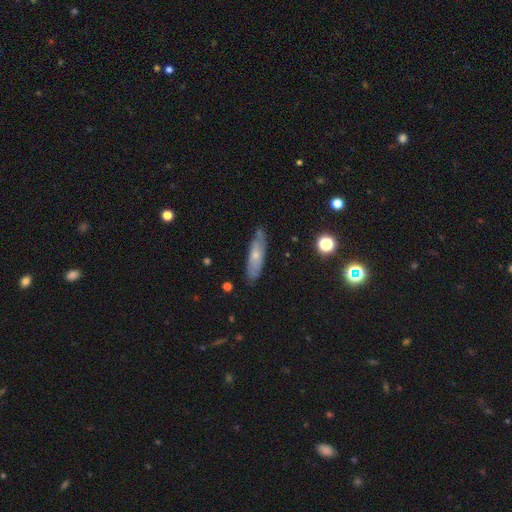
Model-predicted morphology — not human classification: A smooth galaxy with no disk features (50%).

Vote fractions:
- Smooth or featured? smooth: 50% / featured or disk: 43% / star or artifact: 8%
- Merging? none: 77% / minor disturbance: 18% / major disturbance: 3% / merger: 2%